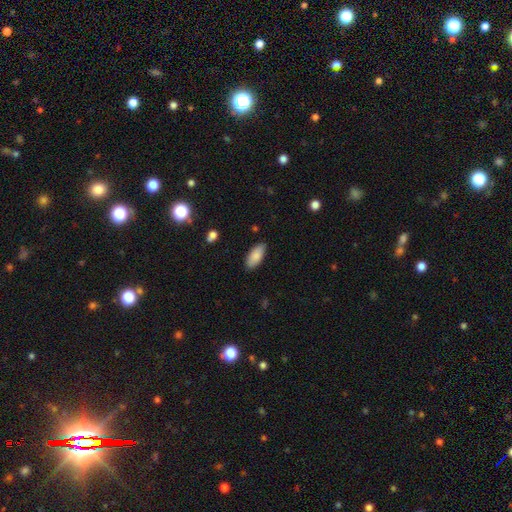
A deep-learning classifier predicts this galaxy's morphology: A smooth galaxy with no disk features (87%) that is in between round and cigar-shaped (88%). Merging: none (87%).